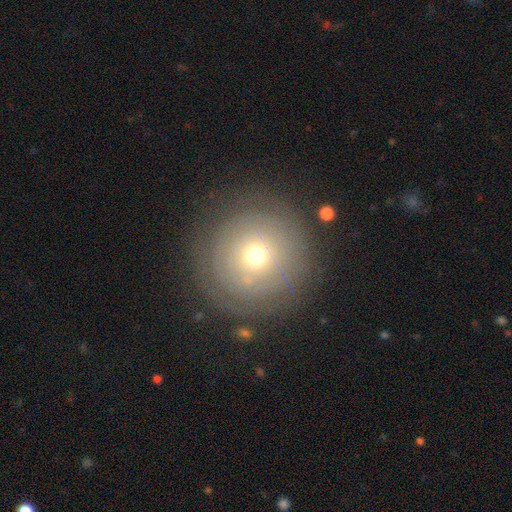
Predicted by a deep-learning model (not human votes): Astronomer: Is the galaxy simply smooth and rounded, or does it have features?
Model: smooth — 53% (runner-up: featured or disk, 34%).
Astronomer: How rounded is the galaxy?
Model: round — 95%.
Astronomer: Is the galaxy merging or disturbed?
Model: none — 82%.